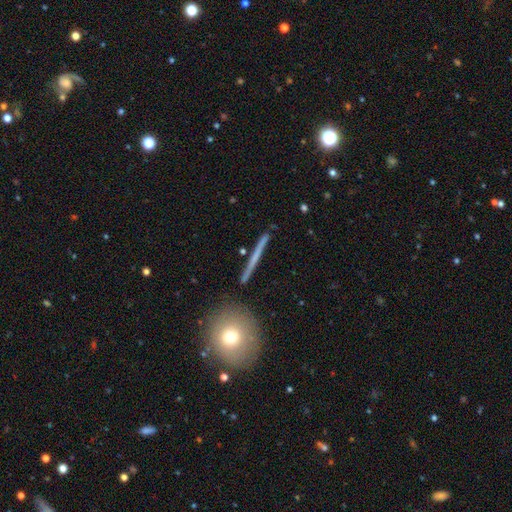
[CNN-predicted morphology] featured or disk 55%, smooth 37%, star or artifact 8%. Down the decision tree: edge-on disk — yes (96%); edge-on bulge — none (81%); merging — none (91%).